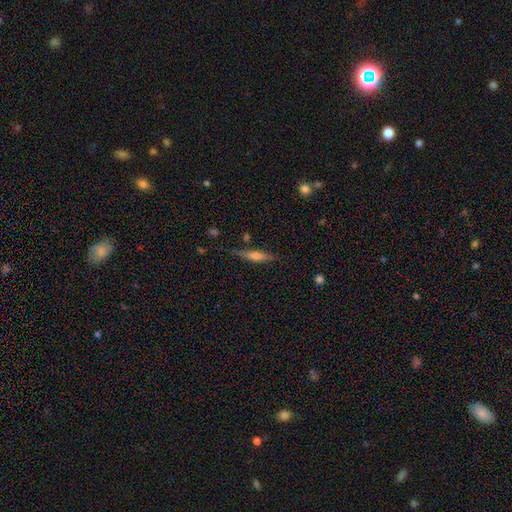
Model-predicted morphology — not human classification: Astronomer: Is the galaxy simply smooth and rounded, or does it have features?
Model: featured or disk — 58% (runner-up: smooth, 35%).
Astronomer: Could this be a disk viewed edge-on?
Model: yes — 95%.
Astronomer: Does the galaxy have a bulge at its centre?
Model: rounded — 80%.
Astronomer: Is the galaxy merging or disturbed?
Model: none — 82%.